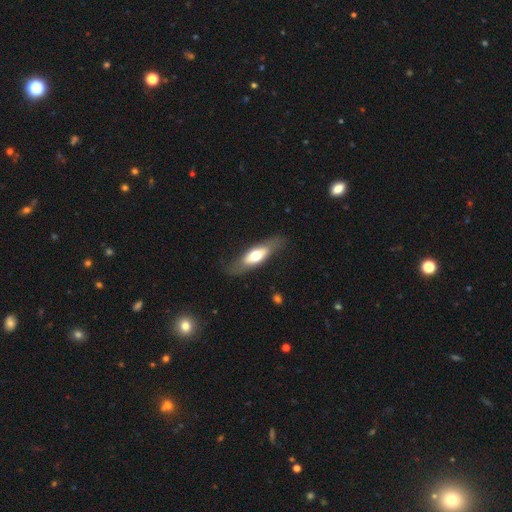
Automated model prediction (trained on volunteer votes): Smooth or featured? Predicted: smooth (p=0.51). How rounded? Predicted: in between (p=0.56). Merging? Predicted: none (p=0.75).